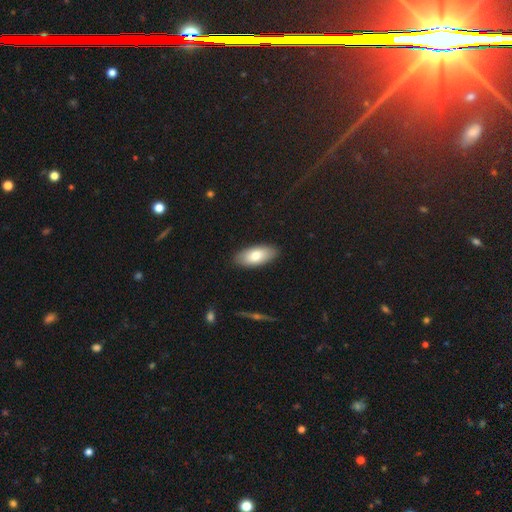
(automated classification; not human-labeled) smooth-or-featured: smooth: 77% | featured or disk: 17% | star or artifact: 6%
  how-rounded: in between: 89% | cigar-shaped: 9% | round: 2%
  merging: none: 89% | minor disturbance: 9% | major disturbance: 2% | merger: 1%